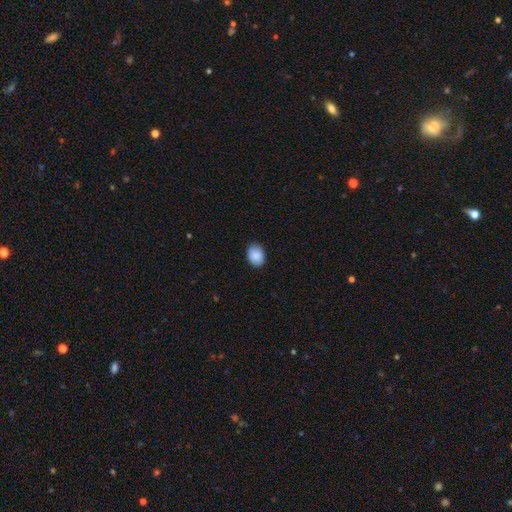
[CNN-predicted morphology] A smooth galaxy with no disk features (88%) that is in between round and cigar-shaped (70%). Merging: none (85%).